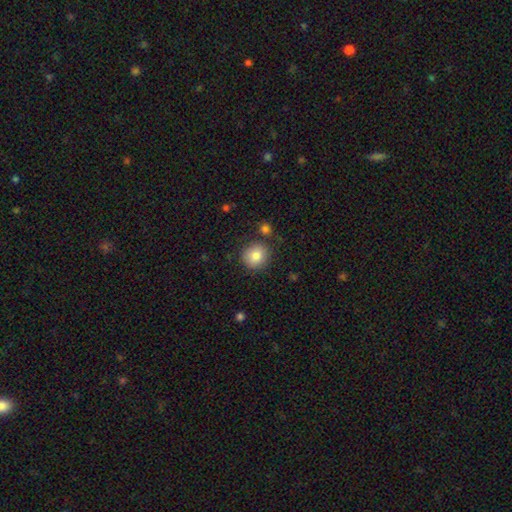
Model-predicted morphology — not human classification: Smooth or featured?
  - smooth: 83% *
  - star or artifact: 9%
  - featured or disk: 8%
How rounded?
  - round: 88% *
  - in between: 11%
  - cigar-shaped: 1%
Merging?
  - none: 83% *
  - minor disturbance: 9%
  - merger: 5%
  - major disturbance: 3%